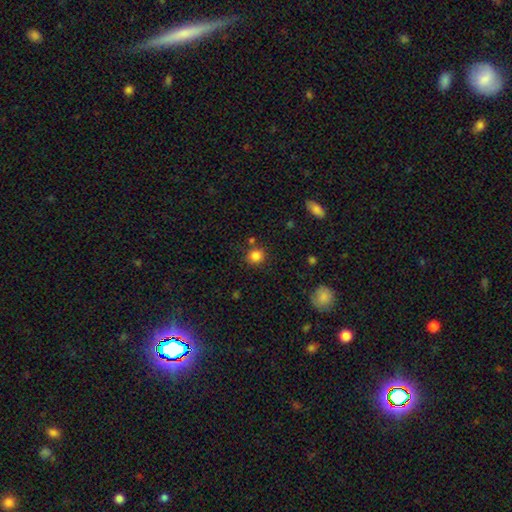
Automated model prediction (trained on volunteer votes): Smooth or featured? smooth (84%)
How rounded? round (82%)
Merging? none (78%)